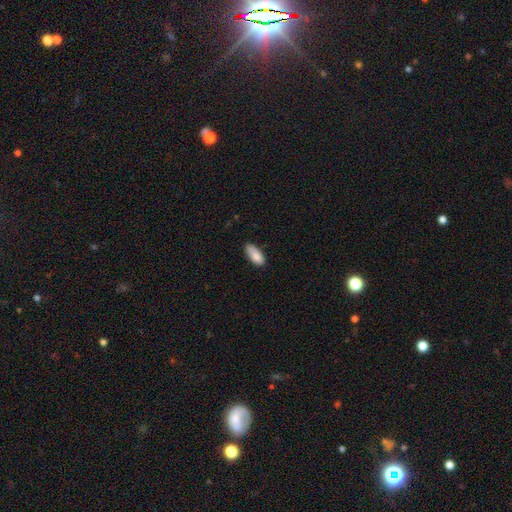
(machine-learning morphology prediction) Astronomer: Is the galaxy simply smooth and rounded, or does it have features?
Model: smooth — 86%.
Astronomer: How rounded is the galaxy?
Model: in between — 83%.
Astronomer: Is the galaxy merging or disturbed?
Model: none — 73%.